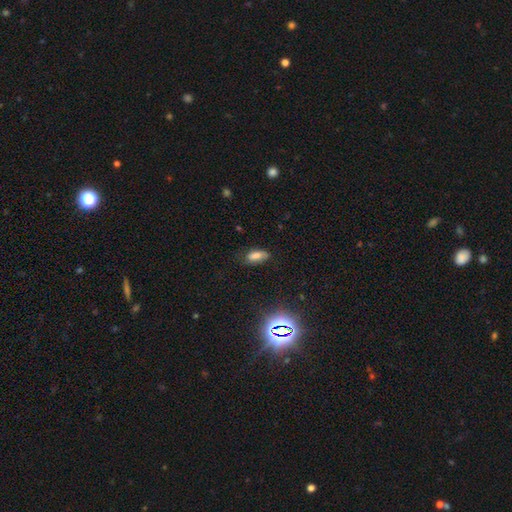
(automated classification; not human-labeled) This is likely a smooth galaxy (74%). How rounded: clearly in between (87%). Merging: likely none (69%).